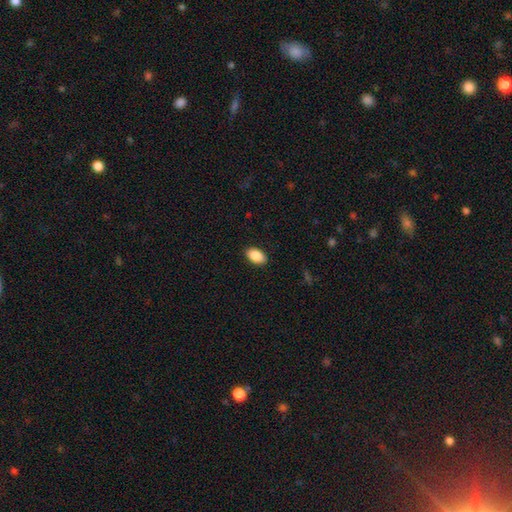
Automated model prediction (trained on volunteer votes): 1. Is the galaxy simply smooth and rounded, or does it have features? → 89% smooth, 7% star or artifact, 4% featured or disk.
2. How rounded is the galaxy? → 94% in between, 5% round, 2% cigar-shaped.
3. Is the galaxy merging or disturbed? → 89% none, 8% minor disturbance, 2% major disturbance, 1% merger.